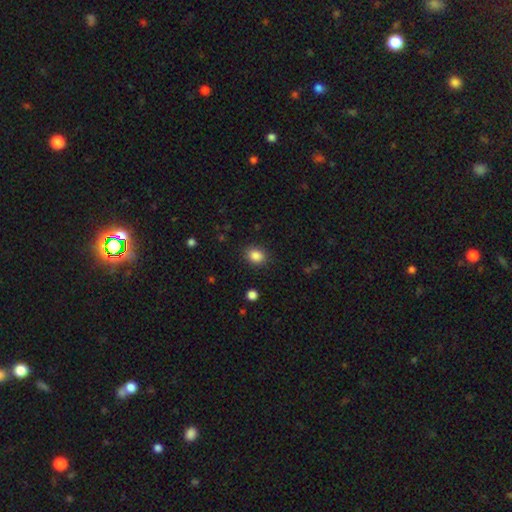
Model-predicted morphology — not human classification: Smooth or featured? Predicted: smooth (p=0.87). How rounded? Predicted: round (p=0.56). Merging? Predicted: none (p=0.87).